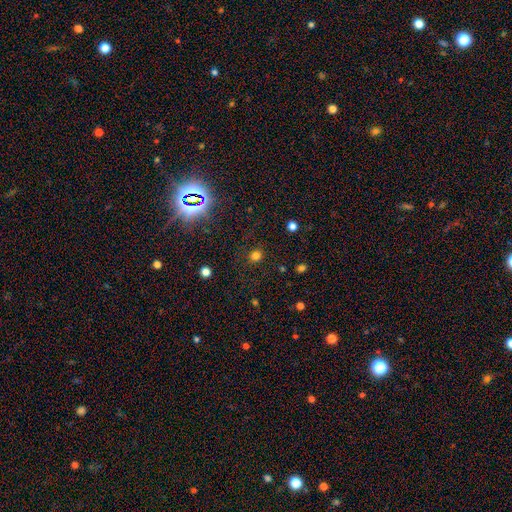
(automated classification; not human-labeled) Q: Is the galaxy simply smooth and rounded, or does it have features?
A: smooth — 72%.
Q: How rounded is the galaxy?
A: round — 85%.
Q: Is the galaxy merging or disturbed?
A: none — 86%.